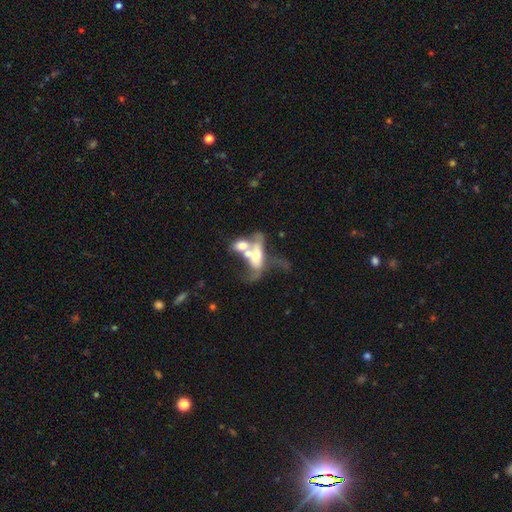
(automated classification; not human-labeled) Smooth or featured? Predicted: featured or disk (p=0.54). Edge-on disk? Predicted: no (p=0.88). Merging? Predicted: merger (p=0.68).